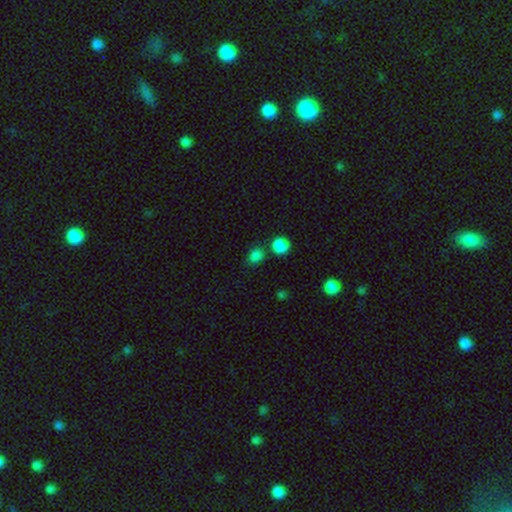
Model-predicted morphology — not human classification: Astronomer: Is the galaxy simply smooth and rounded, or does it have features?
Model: smooth — 82%.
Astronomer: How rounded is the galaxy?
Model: round — 56% (runner-up: in between, 42%).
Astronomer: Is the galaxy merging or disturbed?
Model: none — 68%.